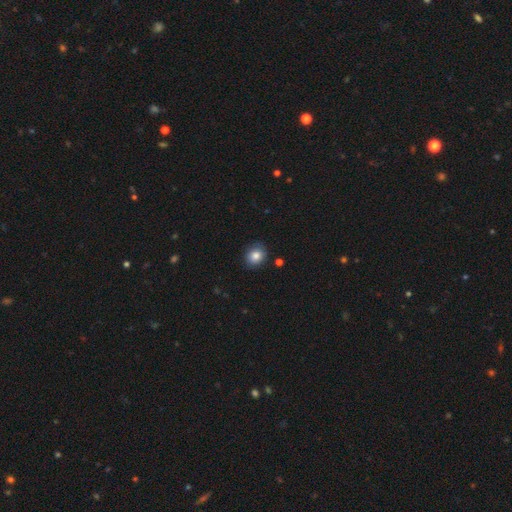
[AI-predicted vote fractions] The model was most divided on "how rounded": round: 64%, in between: 35%, cigar-shaped: 1%. More confident: merging — none (84%); smooth or featured — smooth (83%).